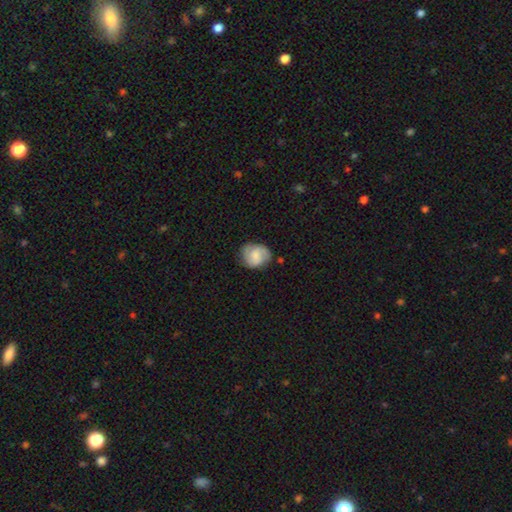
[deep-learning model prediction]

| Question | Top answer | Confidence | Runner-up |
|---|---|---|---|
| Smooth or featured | smooth | 52% | featured or disk (41%) |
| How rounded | round | 64% | in between (35%) |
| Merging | none | 70% | minor disturbance (22%) |